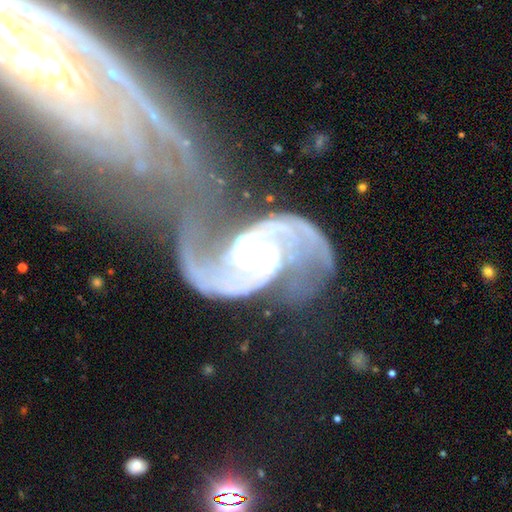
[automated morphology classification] smooth_or_featured: featured or disk (p=0.92) [alt: star or artifact p=0.05]
disk_edge_on: no (p=0.98) [alt: yes p=0.02]
bar: weak (p=0.43) [alt: no p=0.29]
has_spiral_arms: yes (p=0.98) [alt: no p=0.02]
spiral_winding: medium (p=0.49) [alt: loose p=0.29]
spiral_arm_count: 2 (p=0.84) [alt: 3 p=0.04]
bulge_size: moderate (p=0.44) [alt: small p=0.42]
merging: merger (p=0.46) [alt: major disturbance p=0.22]